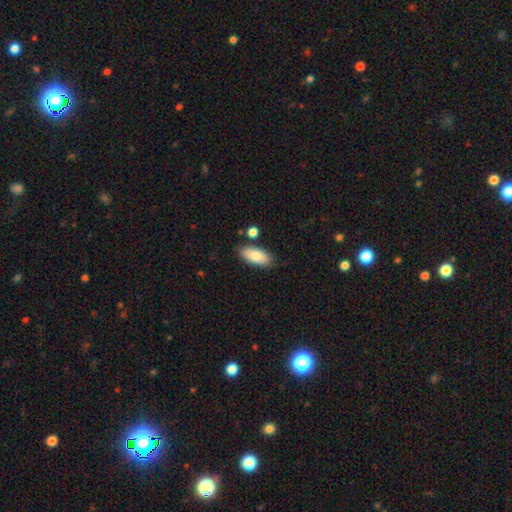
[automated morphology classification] type=smooth (84%); roundness=in between (85%); merging=none (82%).